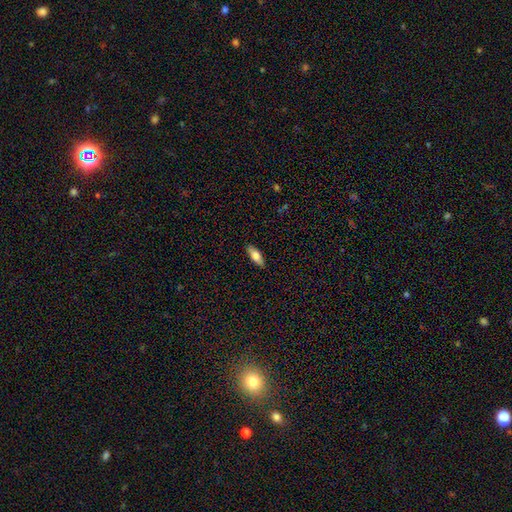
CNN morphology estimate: The model was most divided on "how rounded": in between: 67%, cigar-shaped: 31%, round: 2%. More confident: merging — none (89%); smooth or featured — smooth (70%).